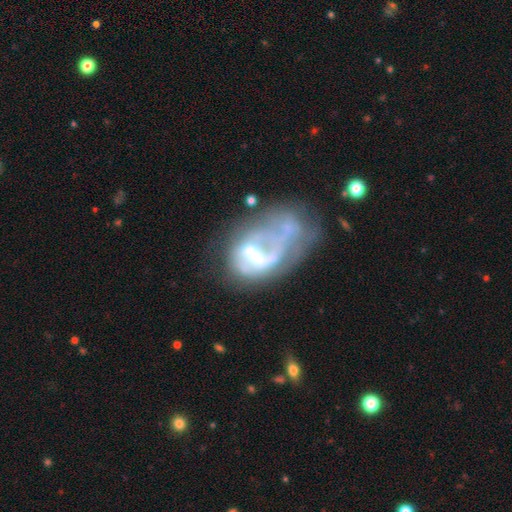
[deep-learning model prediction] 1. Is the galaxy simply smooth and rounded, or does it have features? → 68% featured or disk, 22% smooth, 10% star or artifact.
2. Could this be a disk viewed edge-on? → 97% no, 3% yes.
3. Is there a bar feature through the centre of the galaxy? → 43% no, 37% weak, 20% strong.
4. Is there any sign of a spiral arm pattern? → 57% no, 43% yes.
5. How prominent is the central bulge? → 34% moderate, 33% small, 26% none, 6% large, 2% dominant.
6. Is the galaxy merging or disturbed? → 43% major disturbance, 24% merger, 18% none, 15% minor disturbance.